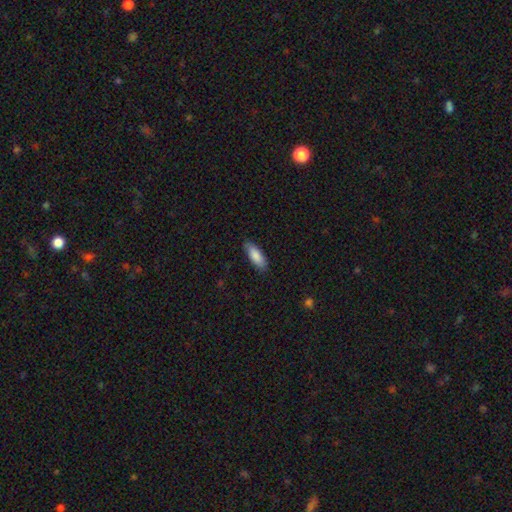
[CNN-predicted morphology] Smooth or featured? Predicted: smooth (p=0.87). How rounded? Predicted: in between (p=0.66). Merging? Predicted: none (p=0.85).